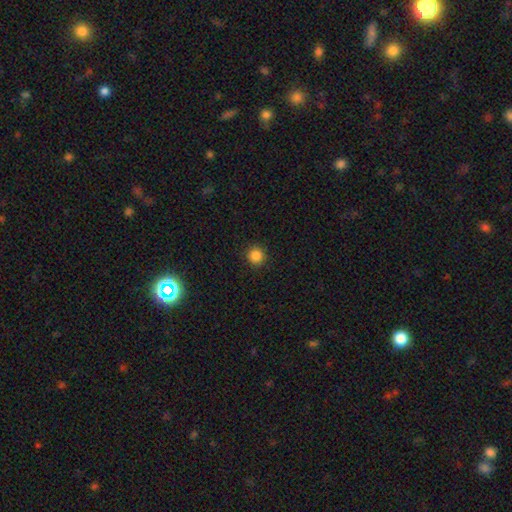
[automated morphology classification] type=smooth (85%); roundness=round (94%); merging=none (92%).